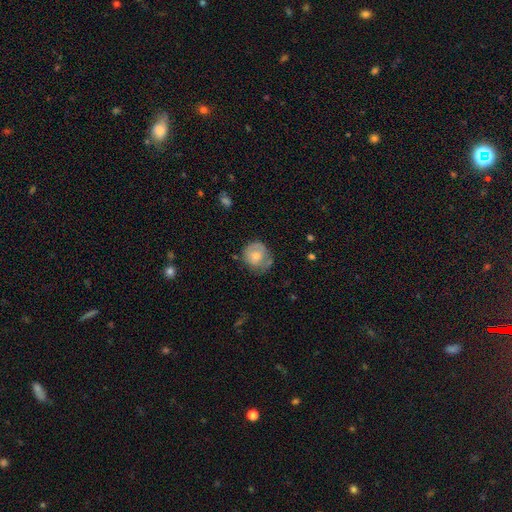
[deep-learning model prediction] Smooth or featured?
  - smooth: 60% *
  - featured or disk: 33%
  - star or artifact: 7%
How rounded?
  - round: 81% *
  - in between: 18%
  - cigar-shaped: 1%
Merging?
  - none: 56% *
  - minor disturbance: 29%
  - major disturbance: 12%
  - merger: 4%